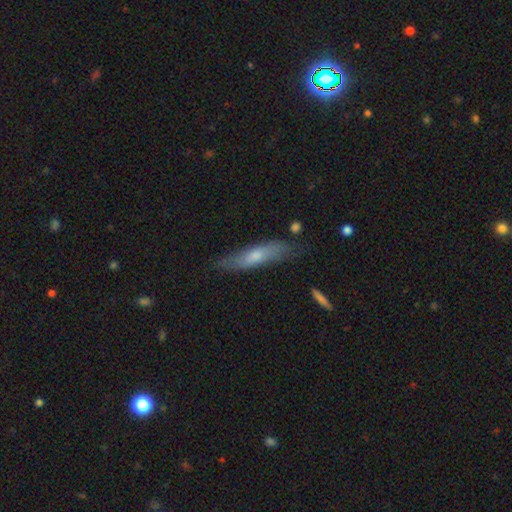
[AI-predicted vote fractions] This appears to be a smooth galaxy with no disk features (53%) that is cigar-shaped (79%). Merging: none (75%).